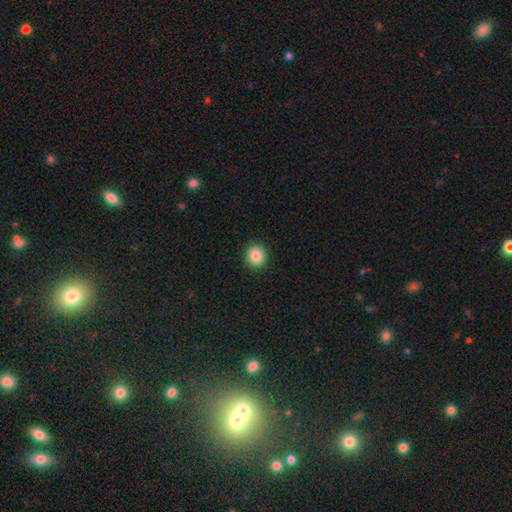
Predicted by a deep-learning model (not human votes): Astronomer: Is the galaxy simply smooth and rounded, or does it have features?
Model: smooth — 86%.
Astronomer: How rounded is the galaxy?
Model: round — 88%.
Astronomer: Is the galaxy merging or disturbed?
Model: none — 92%.